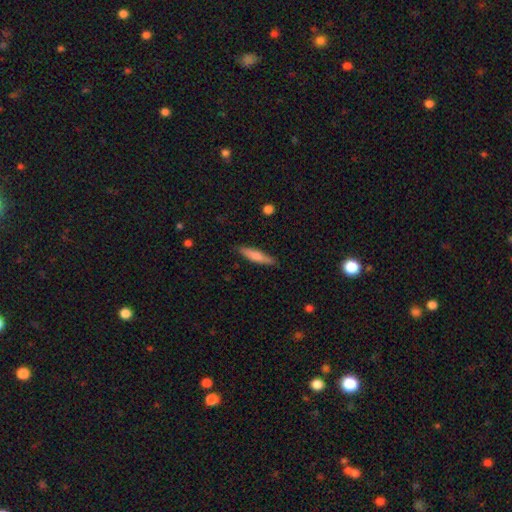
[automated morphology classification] Q: Smooth or featured?
A: smooth (74%); runner-up: featured or disk (20%)
Q: How rounded?
A: cigar-shaped (80%); runner-up: in between (19%)
Q: Merging?
A: none (84%); runner-up: minor disturbance (13%)